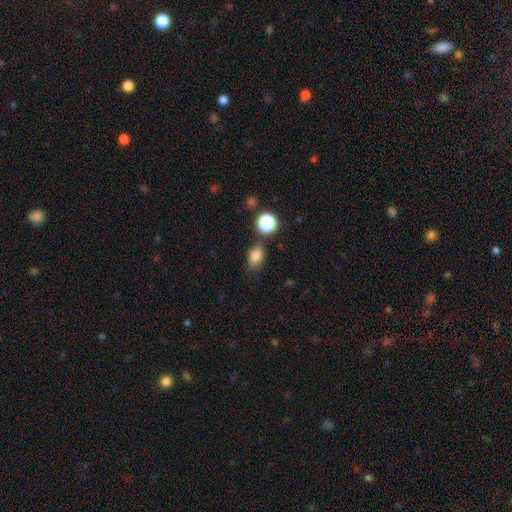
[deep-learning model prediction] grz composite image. It shows a smooth galaxy with no disk features (81%) that is in between round and cigar-shaped (76%). Merging: none (73%).